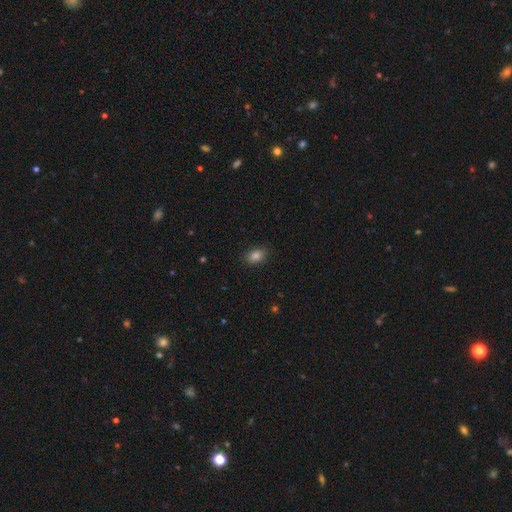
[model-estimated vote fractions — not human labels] Overall: smooth (85%). How rounded: in between (81%). Merging: none (88%).